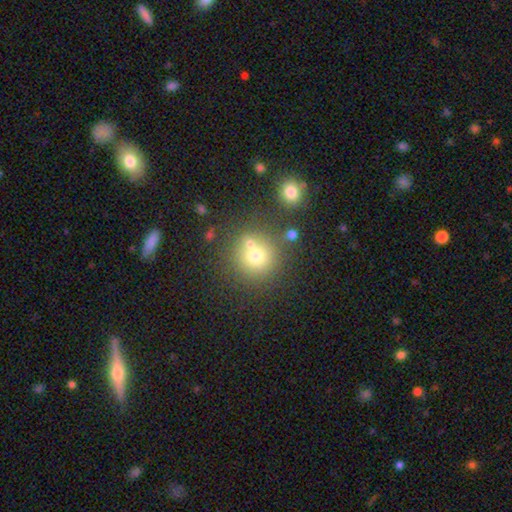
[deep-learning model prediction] This is likely a smooth galaxy (71%). How rounded: clearly round (92%). Merging: likely none (63%).